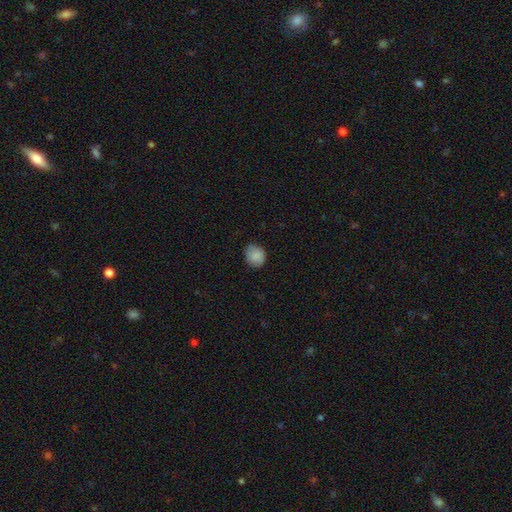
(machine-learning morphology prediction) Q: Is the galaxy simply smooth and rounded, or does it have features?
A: smooth — 87%.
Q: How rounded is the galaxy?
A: round — 73%.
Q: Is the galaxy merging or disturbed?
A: none — 79%.